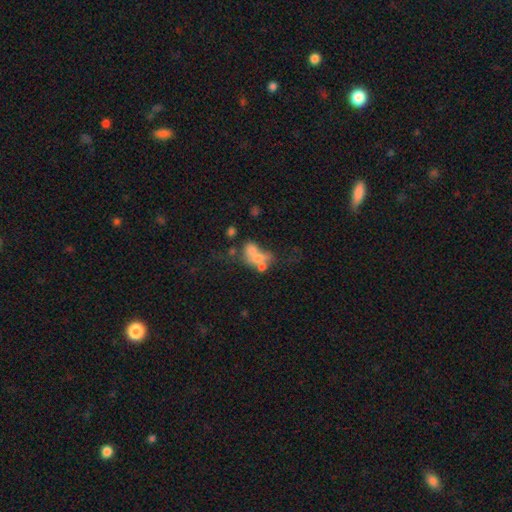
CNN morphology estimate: The model was most divided on "smooth or featured": smooth: 53%, featured or disk: 33%, star or artifact: 14%. More confident: how rounded — in between (64%); merging — merger (60%).